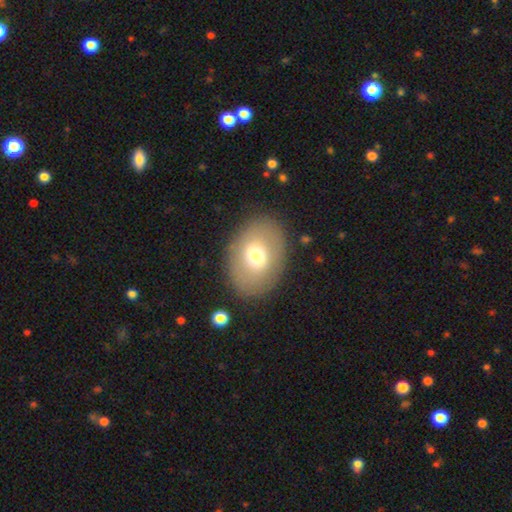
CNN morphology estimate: This appears to be a smooth galaxy with no disk features (65%) that is in between round and cigar-shaped (76%). Merging: none (84%).